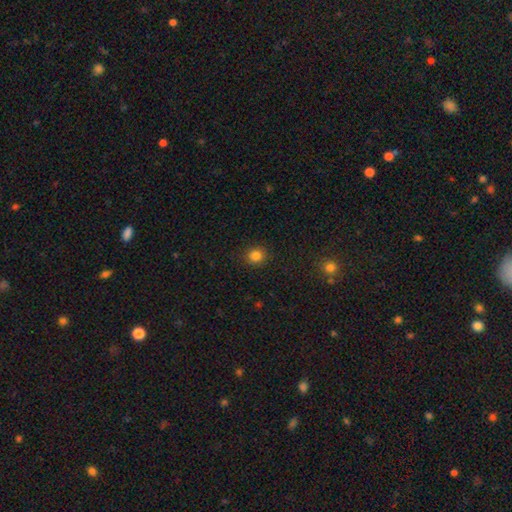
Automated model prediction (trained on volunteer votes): Smooth or featured? Predicted: smooth (p=0.83). How rounded? Predicted: round (p=0.89). Merging? Predicted: none (p=0.90).